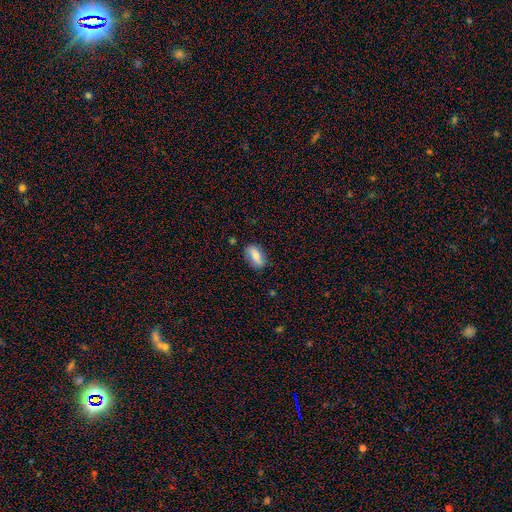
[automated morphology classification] Smooth or featured: smooth — 67% (featured or disk — 26%)
How rounded: in between — 88% (cigar-shaped — 6%)
Merging: none — 81% (minor disturbance — 15%)